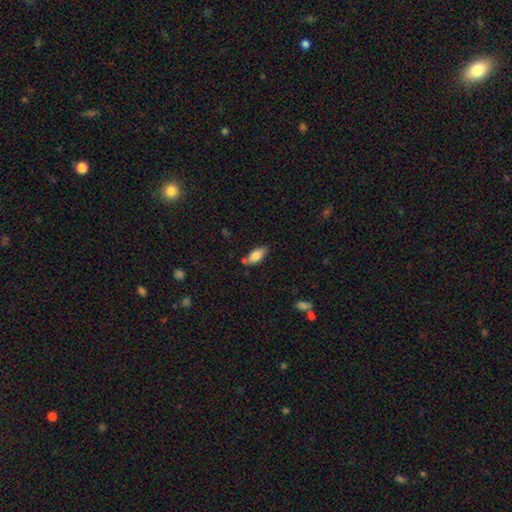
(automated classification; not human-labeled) This is clearly a smooth galaxy (81%). How rounded: clearly in between (86%). Merging: likely none (65%).